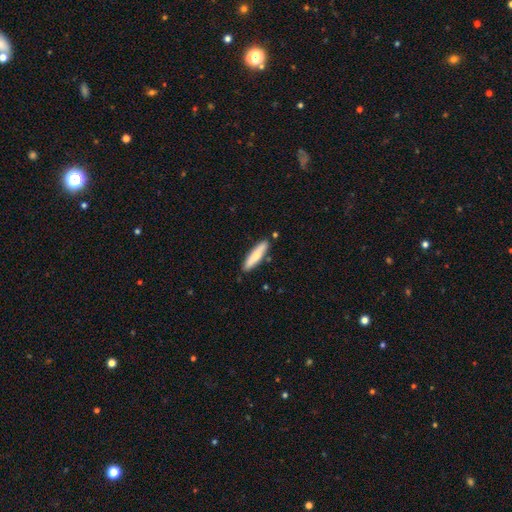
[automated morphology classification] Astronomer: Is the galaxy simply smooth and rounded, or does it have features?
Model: smooth — 71%.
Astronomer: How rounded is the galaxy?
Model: cigar-shaped — 80%.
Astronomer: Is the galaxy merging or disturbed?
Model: none — 85%.